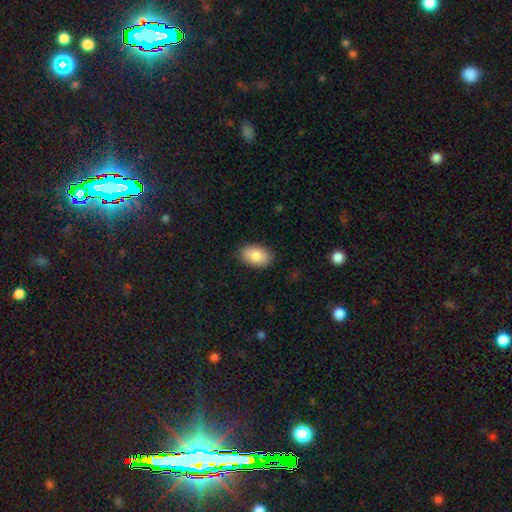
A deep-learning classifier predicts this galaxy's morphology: smooth-or-featured: smooth: 84% | featured or disk: 9% | star or artifact: 7%
  how-rounded: in between: 92% | round: 7% | cigar-shaped: 1%
  merging: none: 87% | minor disturbance: 10% | major disturbance: 2% | merger: 1%